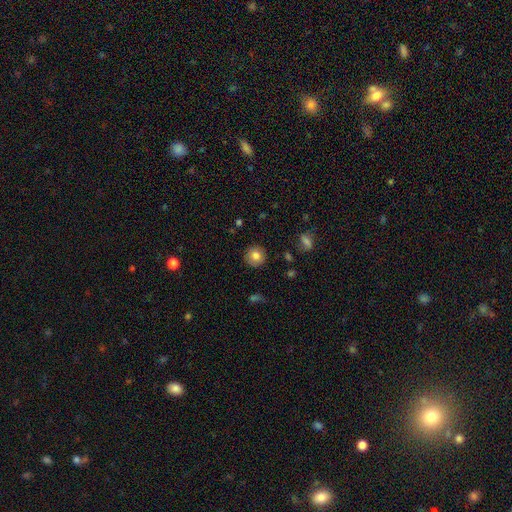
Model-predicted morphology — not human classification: Smooth or featured? Predicted: smooth (p=0.81). How rounded? Predicted: round (p=0.93). Merging? Predicted: none (p=0.90).